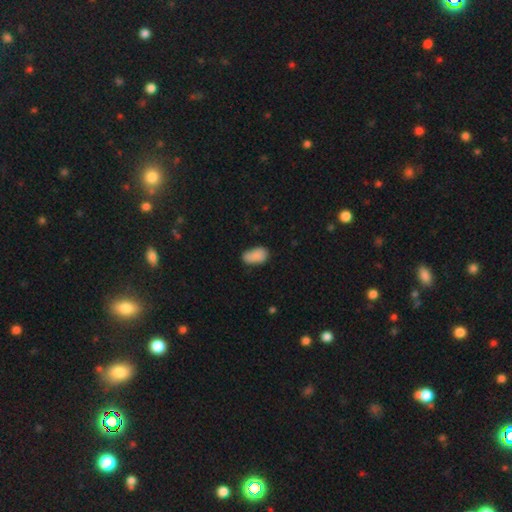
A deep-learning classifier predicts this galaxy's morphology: Q: Smooth or featured?
A: smooth (85%); runner-up: star or artifact (8%)
Q: How rounded?
A: in between (92%); runner-up: round (6%)
Q: Merging?
A: none (61%); runner-up: minor disturbance (30%)